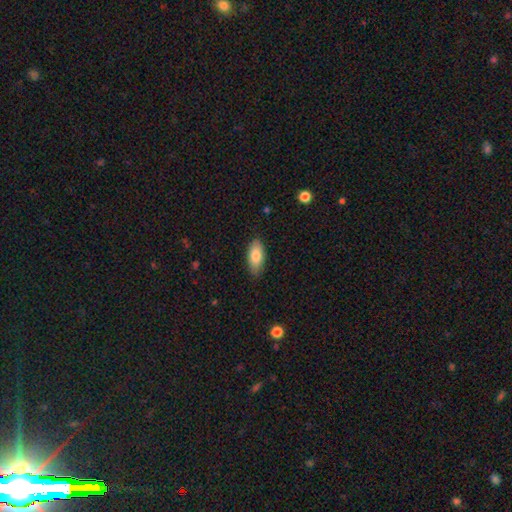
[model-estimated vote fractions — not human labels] smooth 82%, featured or disk 12%, star or artifact 6%. Down the decision tree: how rounded — in between (88%); merging — none (84%).